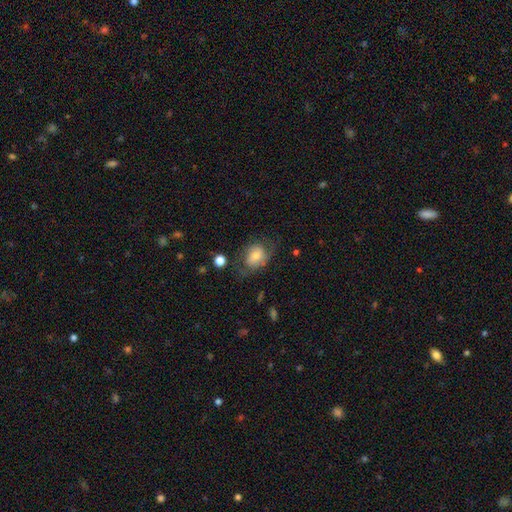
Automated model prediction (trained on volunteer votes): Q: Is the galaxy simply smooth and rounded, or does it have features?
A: smooth — 56%.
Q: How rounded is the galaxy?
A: in between — 58%.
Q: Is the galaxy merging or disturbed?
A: none — 56%.